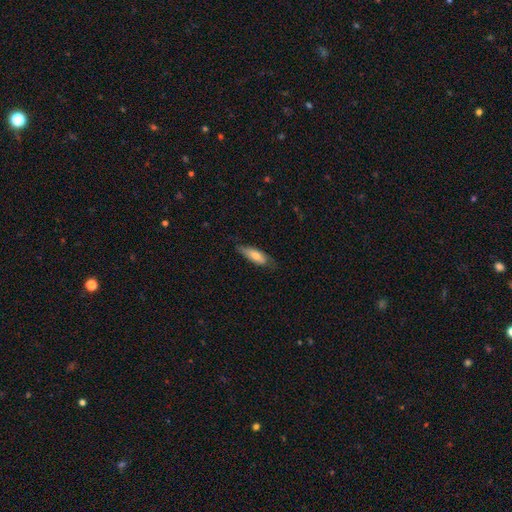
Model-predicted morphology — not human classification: The model was most divided on "how rounded": in between: 60%, cigar-shaped: 38%, round: 2%. More confident: merging — none (70%); smooth or featured — smooth (69%).